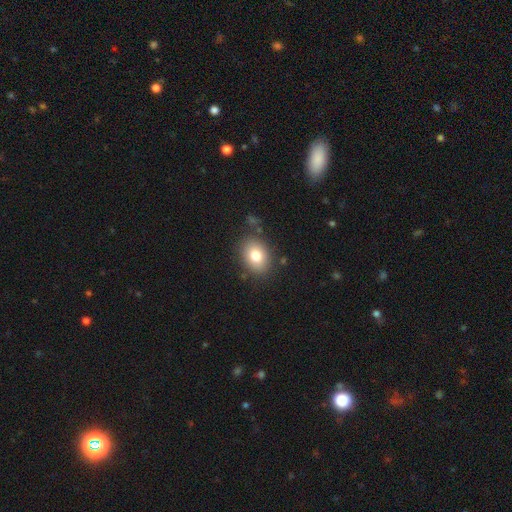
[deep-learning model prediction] smooth-or-featured: smooth: 80% | featured or disk: 11% | star or artifact: 9%
  how-rounded: in between: 63% | round: 36% | cigar-shaped: 1%
  merging: none: 82% | minor disturbance: 11% | major disturbance: 4% | merger: 3%